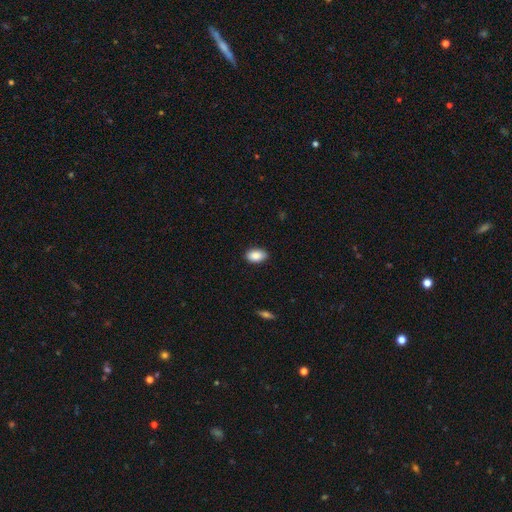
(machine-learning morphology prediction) smooth-or-featured: smooth: 89% | star or artifact: 7% | featured or disk: 4%
  how-rounded: in between: 92% | round: 6% | cigar-shaped: 2%
  merging: none: 88% | minor disturbance: 9% | major disturbance: 2% | merger: 1%